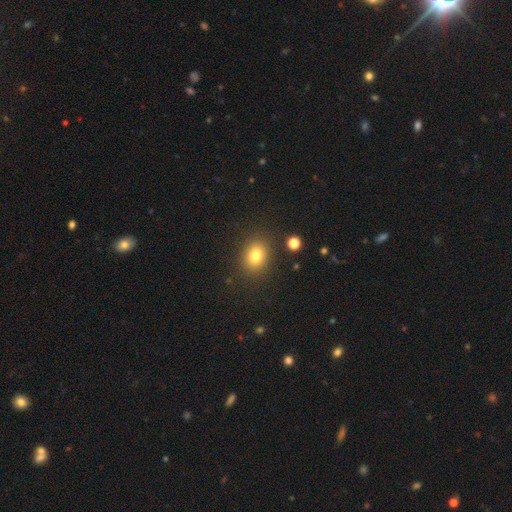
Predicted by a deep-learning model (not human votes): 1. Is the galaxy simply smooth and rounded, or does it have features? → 79% smooth, 12% star or artifact, 9% featured or disk.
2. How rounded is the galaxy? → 50% round (tied), 50% in between (tied), 1% cigar-shaped.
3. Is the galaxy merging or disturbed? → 86% none, 9% minor disturbance, 3% major disturbance, 2% merger.